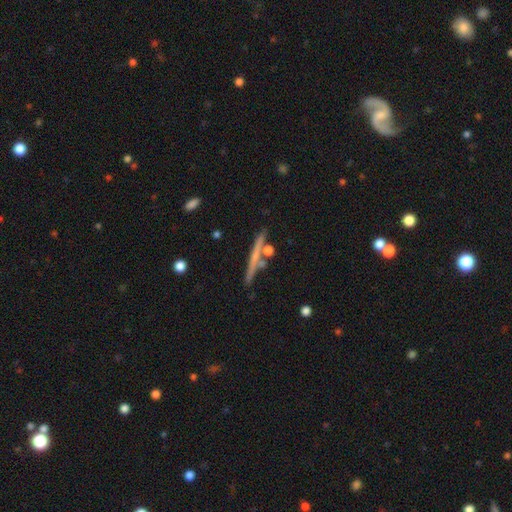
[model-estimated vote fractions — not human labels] A featured or disk galaxy (52%) viewed edge-on (95%).

Vote fractions:
- Smooth or featured? featured or disk: 52% / smooth: 41% / star or artifact: 7%
- Edge-on disk? yes: 95% / no: 5%
- Merging? none: 75% / minor disturbance: 11% / merger: 10% / major disturbance: 3%